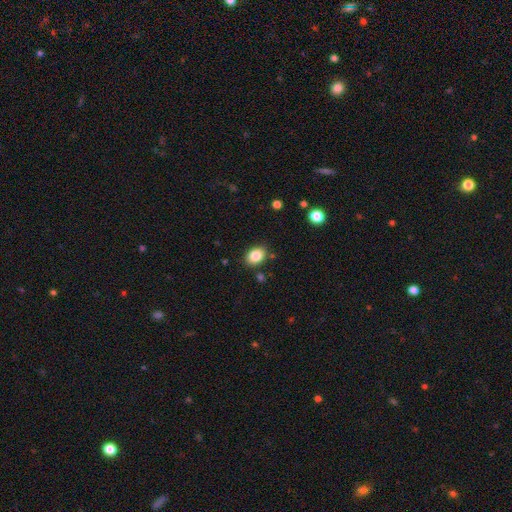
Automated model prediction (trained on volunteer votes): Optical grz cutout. It shows a smooth galaxy with no disk features (86%) that is in between round and cigar-shaped (73%). Merging: none (85%).